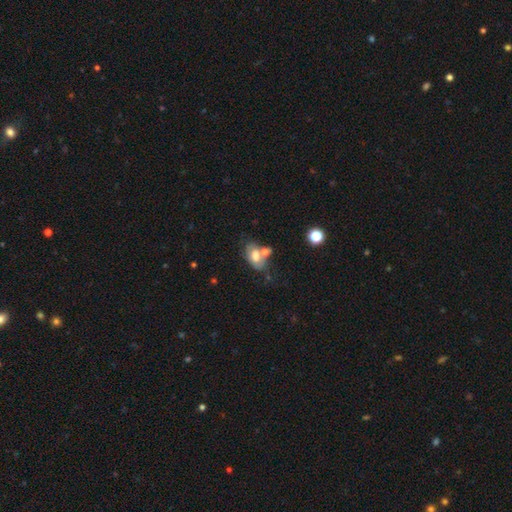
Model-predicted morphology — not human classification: Overall: smooth (59%; featured or disk 31%). How rounded: in between (87%). Merging: none (42%; merger 30%).